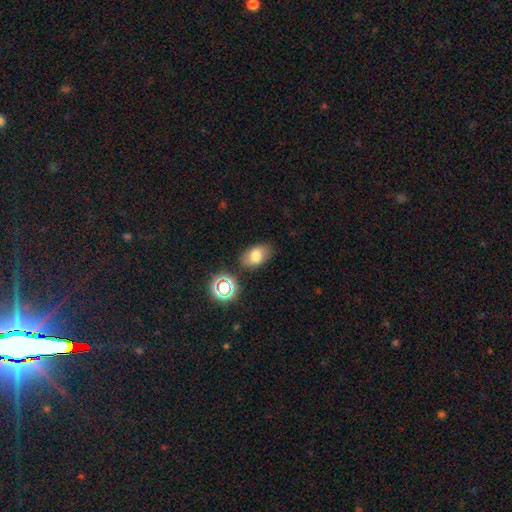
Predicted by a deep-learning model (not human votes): smooth 76%, star or artifact 12%, featured or disk 12%. Down the decision tree: how rounded — in between (85%); merging — none (80%).